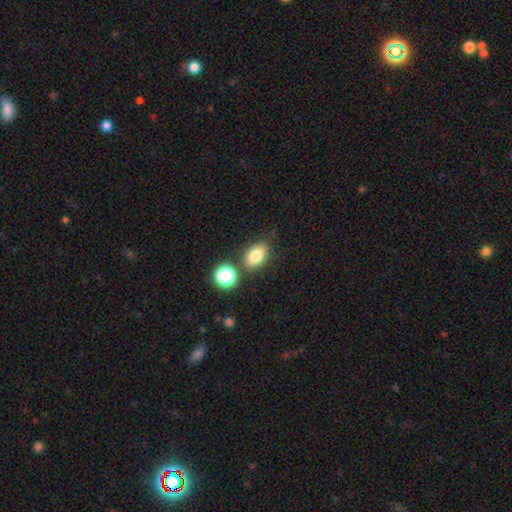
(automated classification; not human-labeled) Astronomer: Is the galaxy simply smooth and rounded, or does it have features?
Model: smooth — 81%.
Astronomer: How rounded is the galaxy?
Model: in between — 78%.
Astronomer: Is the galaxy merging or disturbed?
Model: none — 73%.